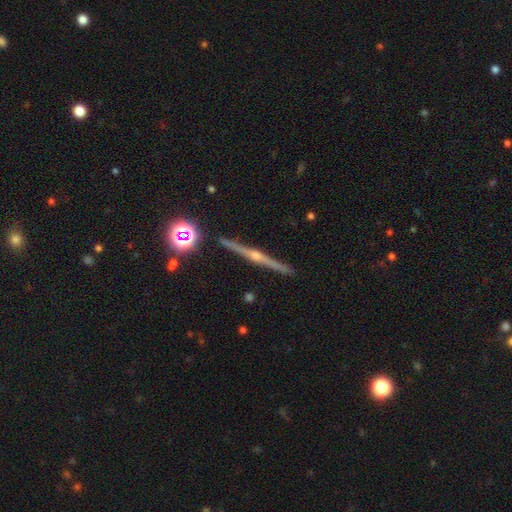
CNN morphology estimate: The model was most divided on "smooth or featured": featured or disk: 80%, smooth: 11%, star or artifact: 9%. More confident: edge-on disk — yes (97%); merging — none (87%); edge-on bulge — rounded (86%).